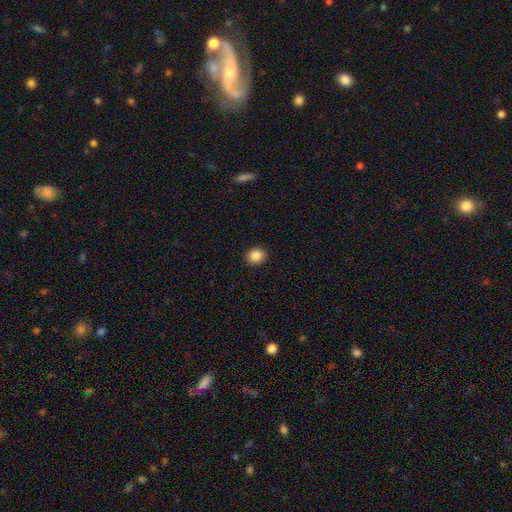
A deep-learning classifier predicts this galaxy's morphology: Smooth or featured? Predicted: smooth (p=0.86). How rounded? Predicted: round (p=0.75). Merging? Predicted: none (p=0.92).